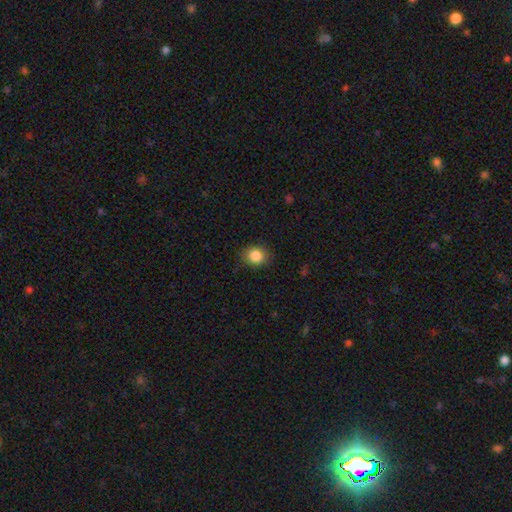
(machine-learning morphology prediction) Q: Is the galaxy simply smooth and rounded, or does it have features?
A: smooth — 86%.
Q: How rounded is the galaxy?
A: round — 65%.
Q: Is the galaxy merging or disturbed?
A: none — 84%.